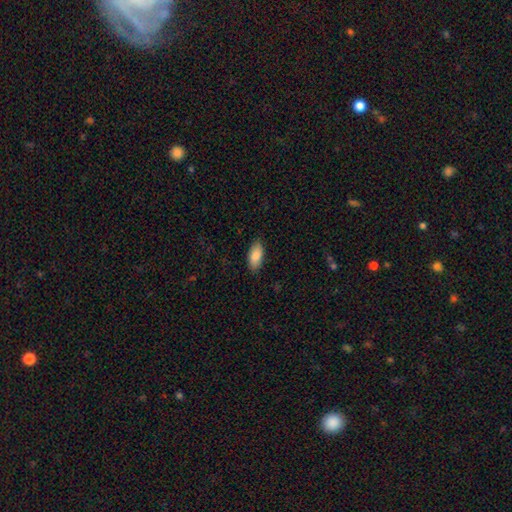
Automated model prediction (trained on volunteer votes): Smooth or featured? smooth (87%)
How rounded? in between (90%)
Merging? none (85%)